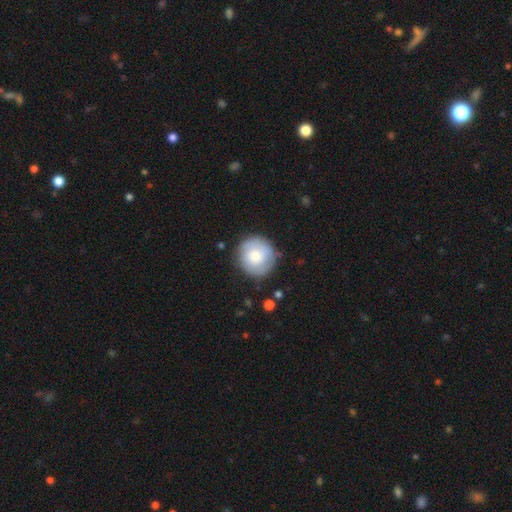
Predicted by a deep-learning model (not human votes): The model was most divided on "smooth or featured": smooth: 64%, featured or disk: 30%, star or artifact: 6%. More confident: how rounded — round (94%); merging — none (83%).